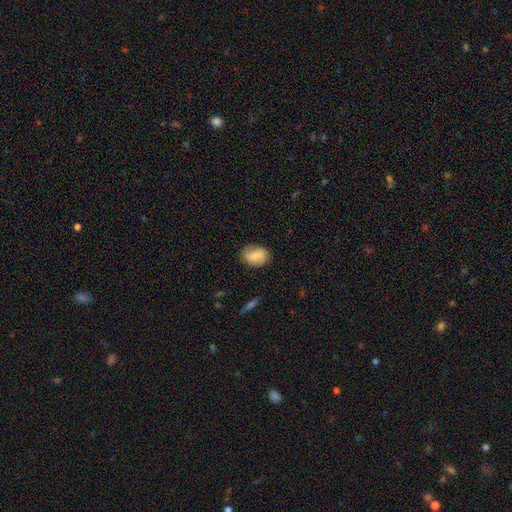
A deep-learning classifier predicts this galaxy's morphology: This appears to be a smooth galaxy with no disk features (72%) that is in between round and cigar-shaped (72%). Merging: none (76%).